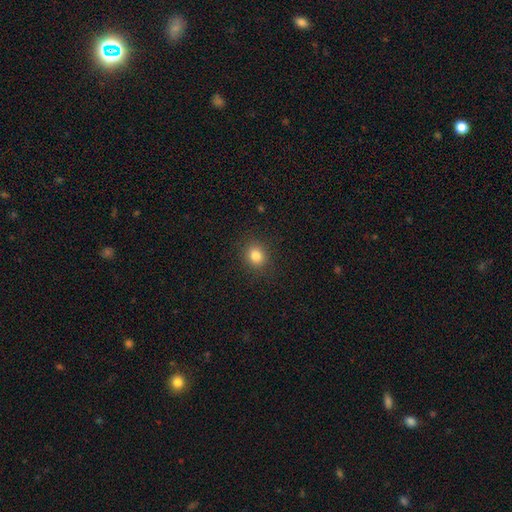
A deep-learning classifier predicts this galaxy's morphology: smooth-or-featured: smooth: 81% | star or artifact: 13% | featured or disk: 6%
  how-rounded: round: 77% | in between: 23% | cigar-shaped: 1%
  merging: none: 90% | minor disturbance: 7% | major disturbance: 2% | merger: 1%